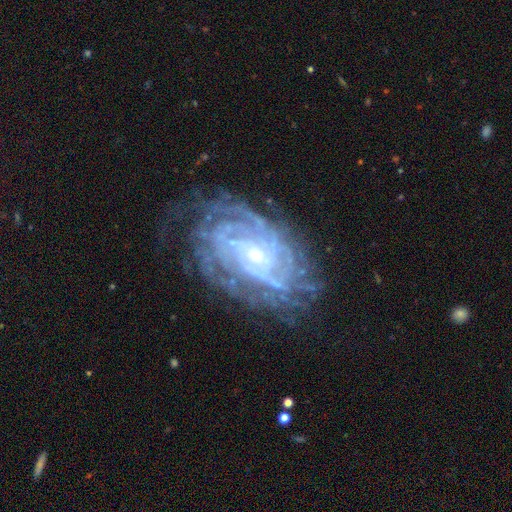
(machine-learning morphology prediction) This is clearly a featured or disk galaxy (89%). It is clearly not viewed edge-on (96%). Bar: possibly no (52%). Spiral arm pattern: clearly yes (97%). Spiral arm count: marginally can't tell (36%). Spiral winding: likely tight (78%). Central bulge: likely small (66%). Merging: likely none (71%).